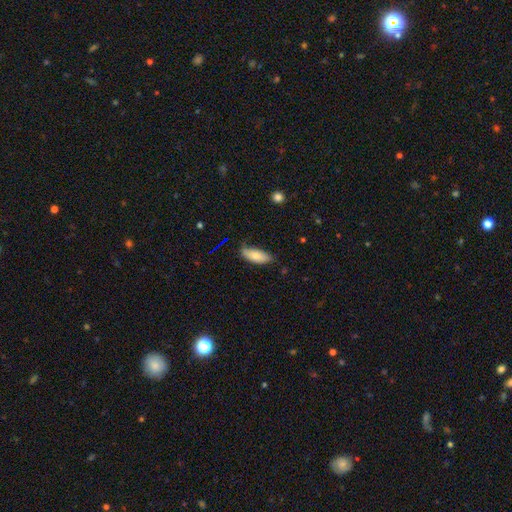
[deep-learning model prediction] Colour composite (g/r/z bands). It shows a smooth galaxy with no disk features (76%) that is in between round and cigar-shaped (82%). Merging: none (60%).